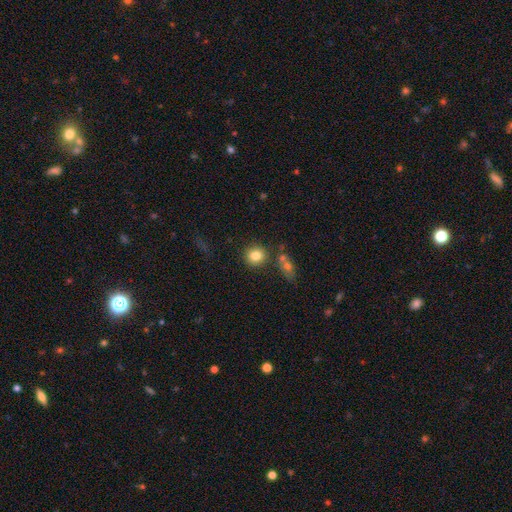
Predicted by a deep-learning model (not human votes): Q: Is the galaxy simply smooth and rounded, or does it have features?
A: smooth — 82%.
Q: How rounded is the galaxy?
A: round — 88%.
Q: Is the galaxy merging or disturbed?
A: none — 80%.